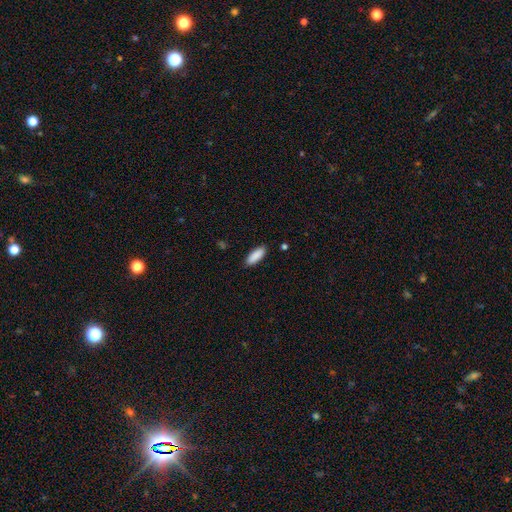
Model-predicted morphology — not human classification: This is clearly a smooth galaxy (90%). How rounded: likely in between (67%). Merging: clearly none (88%).